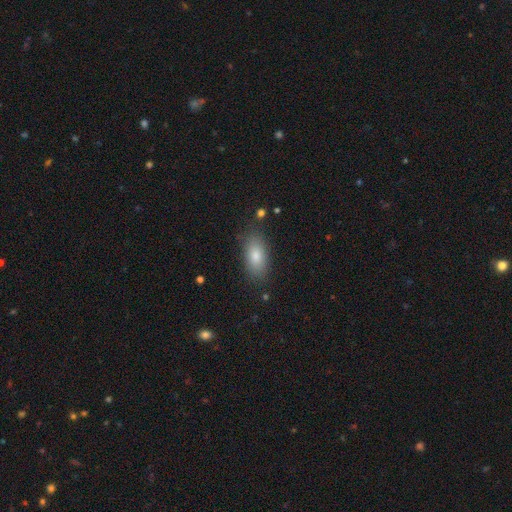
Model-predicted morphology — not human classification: Smooth or featured: smooth — 79% (featured or disk — 12%)
How rounded: in between — 87% (cigar-shaped — 9%)
Merging: none — 84% (minor disturbance — 11%)